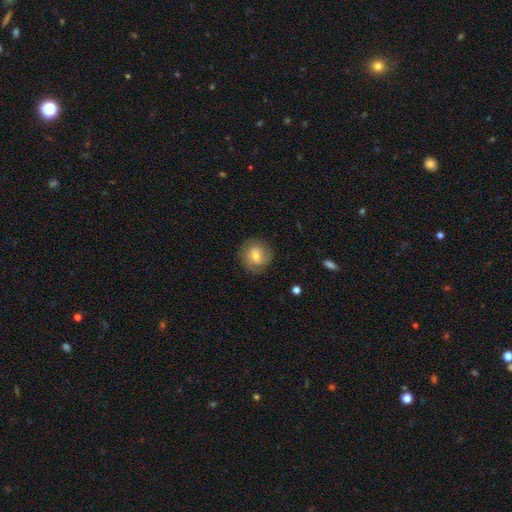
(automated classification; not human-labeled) A smooth galaxy with no disk features (47%). Merging: none (81%).